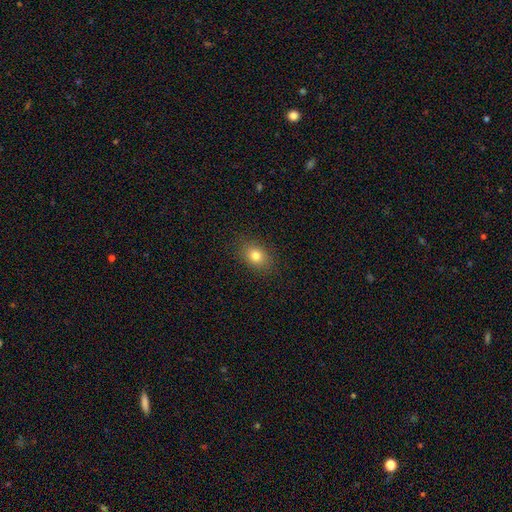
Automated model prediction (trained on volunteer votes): smooth-or-featured: smooth: 80% | star or artifact: 11% | featured or disk: 9%
  how-rounded: in between: 61% | round: 38% | cigar-shaped: 1%
  merging: none: 87% | minor disturbance: 9% | major disturbance: 3% | merger: 1%